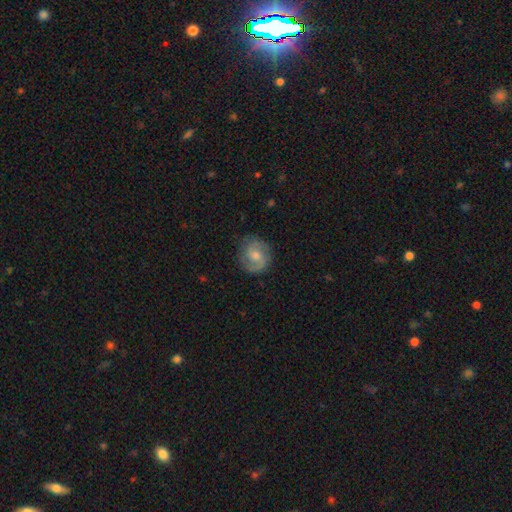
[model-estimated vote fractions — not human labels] A featured or disk galaxy (67%) with no bar (47%), 2 (78%) medium (48%) spiral arms (93%) and a moderate central bulge (55%). Merging: none (78%).